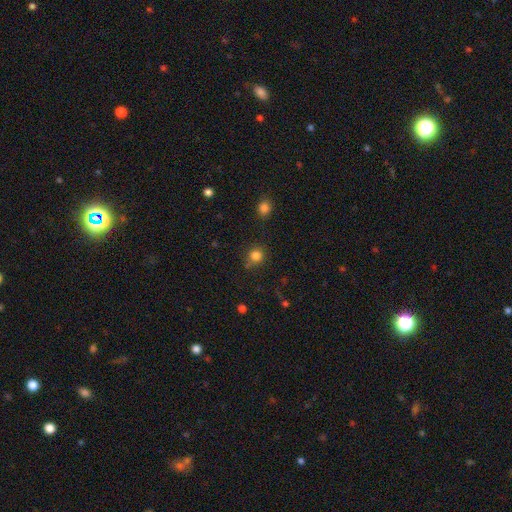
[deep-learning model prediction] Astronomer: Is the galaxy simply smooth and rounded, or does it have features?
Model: smooth — 82%.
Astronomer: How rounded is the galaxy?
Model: round — 86%.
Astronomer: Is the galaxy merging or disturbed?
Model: none — 75%.